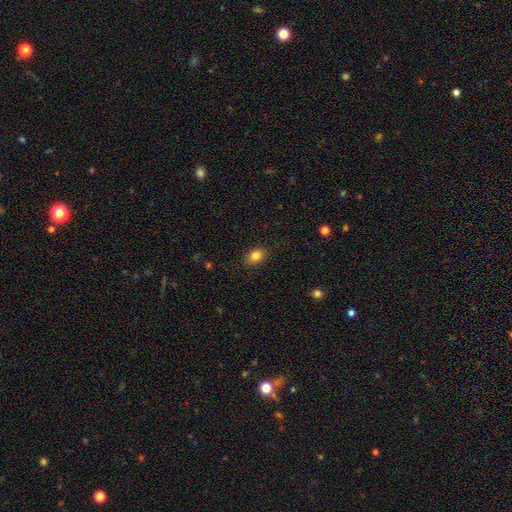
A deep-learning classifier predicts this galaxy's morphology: Q: Smooth or featured?
A: smooth (84%); runner-up: star or artifact (10%)
Q: How rounded?
A: in between (69%); runner-up: round (30%)
Q: Merging?
A: none (87%); runner-up: minor disturbance (10%)